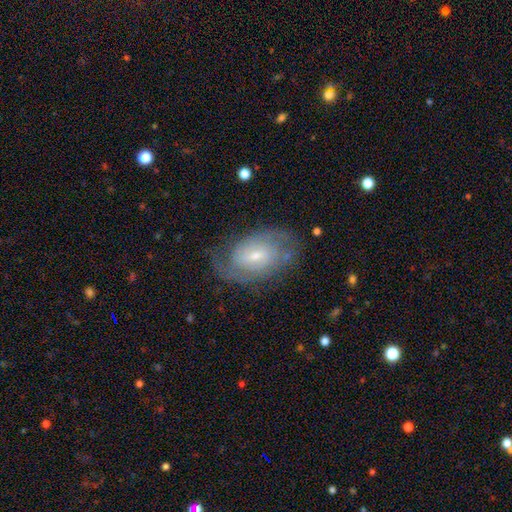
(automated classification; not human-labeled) This appears to be a featured or disk galaxy (75%) with a weak bar (54%), 2 (56%) tight (51%) spiral arms (90%) and a small central bulge (61%). Merging: none (70%).